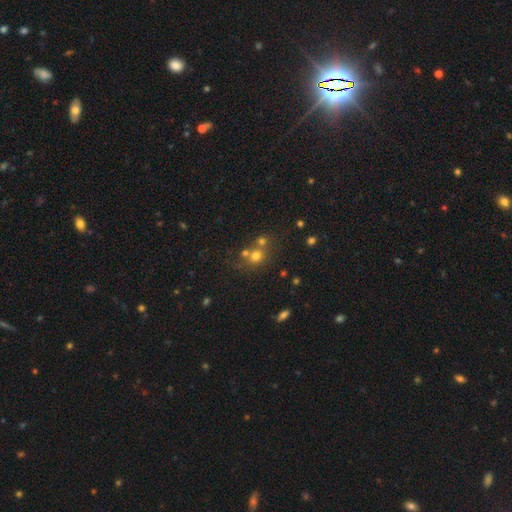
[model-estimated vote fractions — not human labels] Smooth or featured? Predicted: smooth (p=0.65). How rounded? Predicted: round (p=0.82). Merging? Predicted: none (p=0.49).